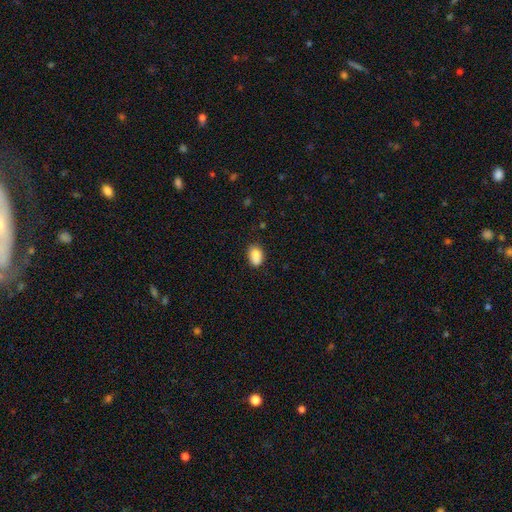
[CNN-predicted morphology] This appears to be a smooth galaxy with no disk features (84%) that is in between round and cigar-shaped (80%). Merging: none (68%).